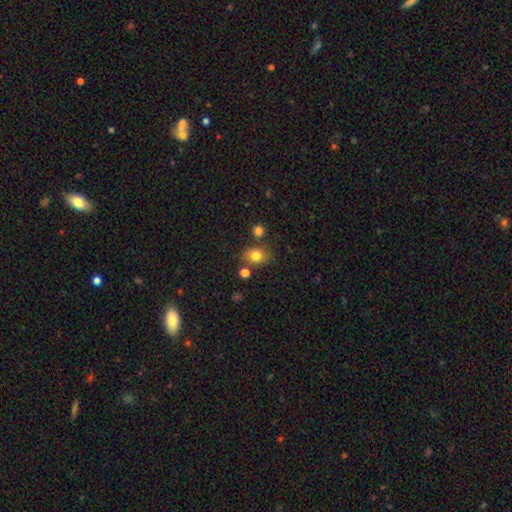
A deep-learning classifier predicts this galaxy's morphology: This appears to be a smooth galaxy with no disk features (80%) that is in between round and cigar-shaped (51%). Merging: none (72%).